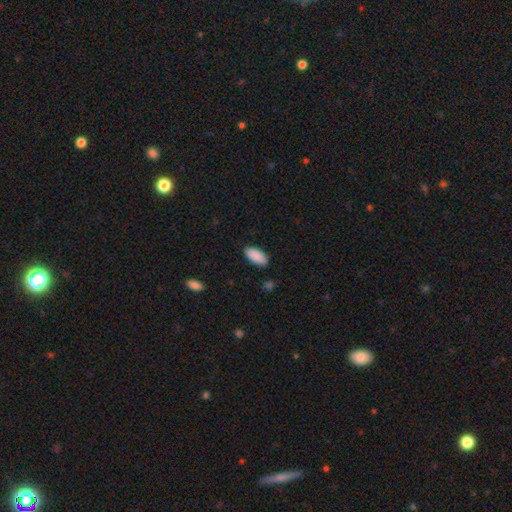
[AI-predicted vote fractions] smooth-or-featured: smooth: 90% | star or artifact: 6% | featured or disk: 3%
  how-rounded: in between: 92% | cigar-shaped: 6% | round: 2%
  merging: none: 86% | minor disturbance: 11% | major disturbance: 2% | merger: 1%